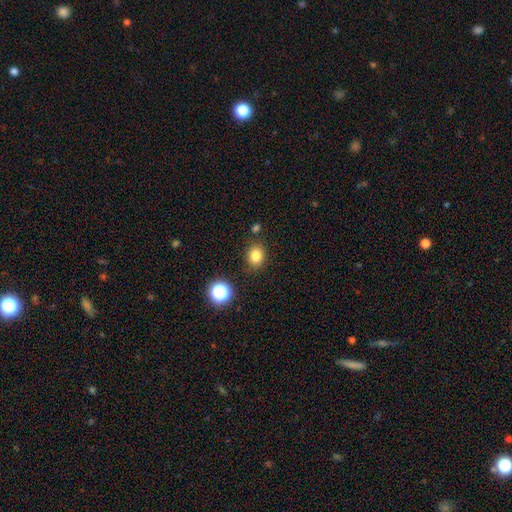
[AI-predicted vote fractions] Smooth or featured: smooth — 81% (star or artifact — 13%)
How rounded: round — 61% (in between — 38%)
Merging: none — 84% (minor disturbance — 10%)